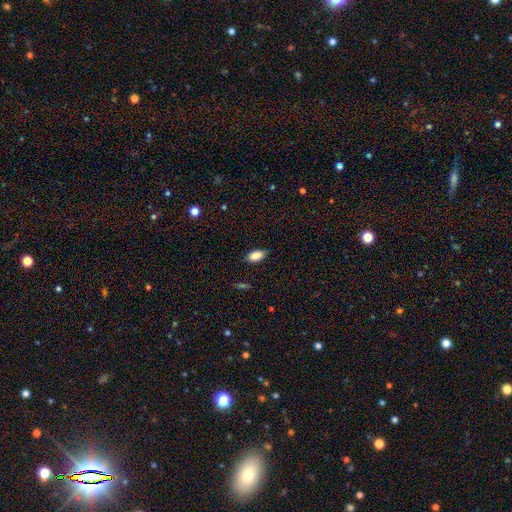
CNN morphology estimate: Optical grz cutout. It shows a smooth galaxy with no disk features (87%) that is in between round and cigar-shaped (91%). Merging: none (82%).